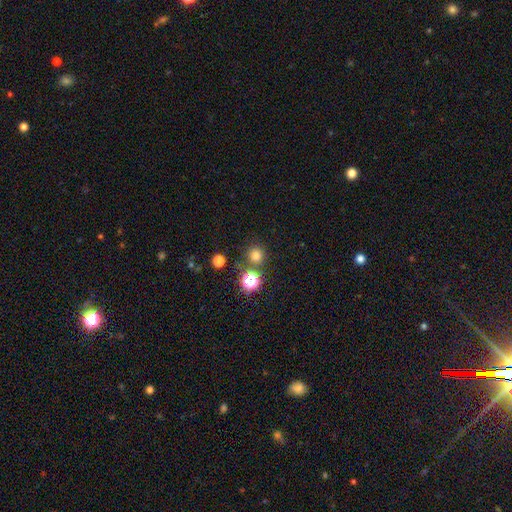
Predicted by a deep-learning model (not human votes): Smooth or featured: smooth — 73% (star or artifact — 22%)
How rounded: round — 94% (in between — 5%)
Merging: none — 81% (merger — 9%)